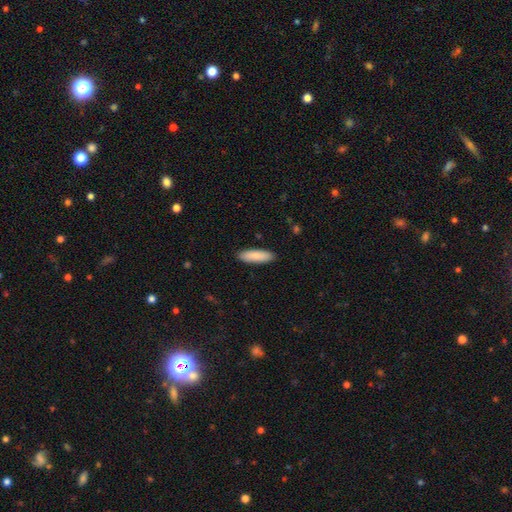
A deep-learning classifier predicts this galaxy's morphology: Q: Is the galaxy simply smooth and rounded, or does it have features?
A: smooth — 88%.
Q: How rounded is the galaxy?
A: cigar-shaped — 51%.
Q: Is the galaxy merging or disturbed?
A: none — 90%.